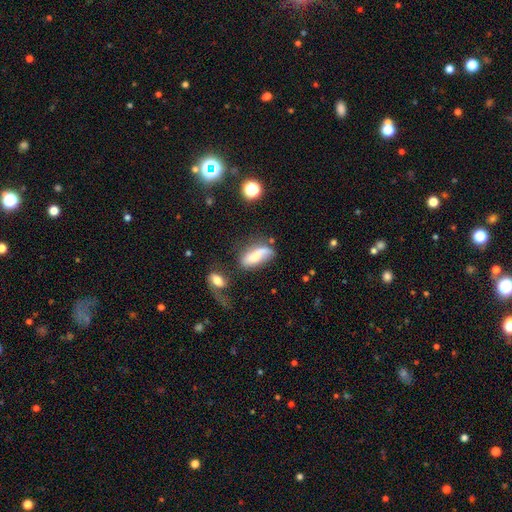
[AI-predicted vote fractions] Smooth or featured?
  - smooth: 59% *
  - featured or disk: 31%
  - star or artifact: 10%
How rounded?
  - in between: 77% *
  - cigar-shaped: 19%
  - round: 4%
Merging?
  - none: 36% *
  - minor disturbance: 25%
  - major disturbance: 22%
  - merger: 17%